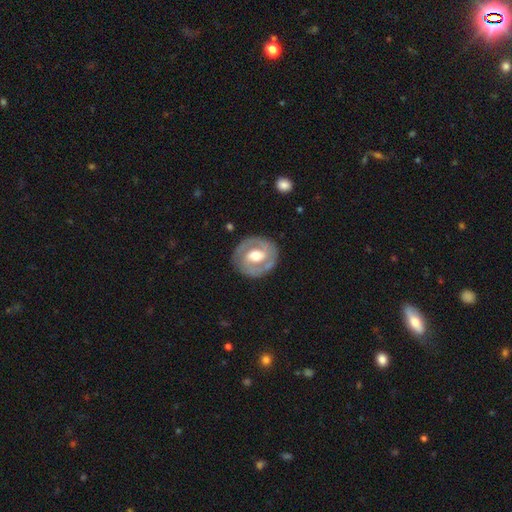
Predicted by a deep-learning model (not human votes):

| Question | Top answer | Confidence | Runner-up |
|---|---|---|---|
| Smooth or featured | featured or disk | 77% | smooth (18%) |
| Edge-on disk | no | 97% | yes (3%) |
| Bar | weak | 43% | no (31%) |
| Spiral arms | yes | 77% | no (23%) |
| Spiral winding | tight | 53% | medium (36%) |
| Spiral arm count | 2 | 82% | can't tell (9%) |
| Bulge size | moderate | 71% | large (17%) |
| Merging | none | 84% | minor disturbance (11%) |